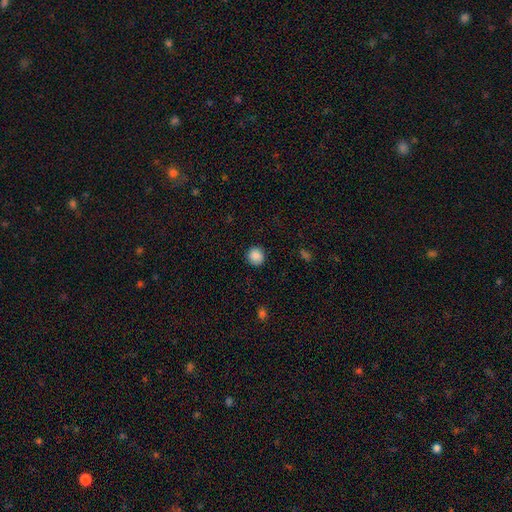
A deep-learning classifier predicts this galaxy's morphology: Smooth or featured?
  - smooth: 88% *
  - star or artifact: 9%
  - featured or disk: 3%
How rounded?
  - round: 92% *
  - in between: 7%
  - cigar-shaped: 1%
Merging?
  - none: 91% *
  - minor disturbance: 6%
  - major disturbance: 2%
  - merger: 1%